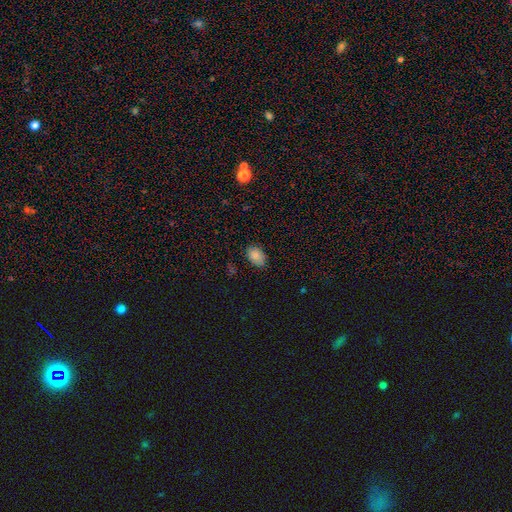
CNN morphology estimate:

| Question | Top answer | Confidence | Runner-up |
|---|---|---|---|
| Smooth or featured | smooth | 85% | star or artifact (9%) |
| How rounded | in between | 85% | round (14%) |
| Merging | none | 81% | minor disturbance (15%) |